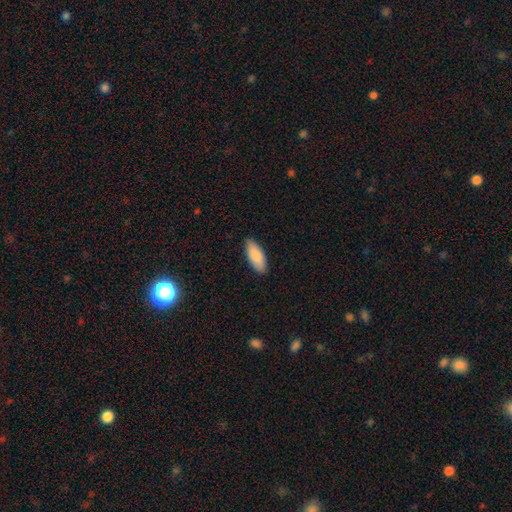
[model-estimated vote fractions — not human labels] Overall: smooth (87%). How rounded: in between (81%). Merging: none (88%).